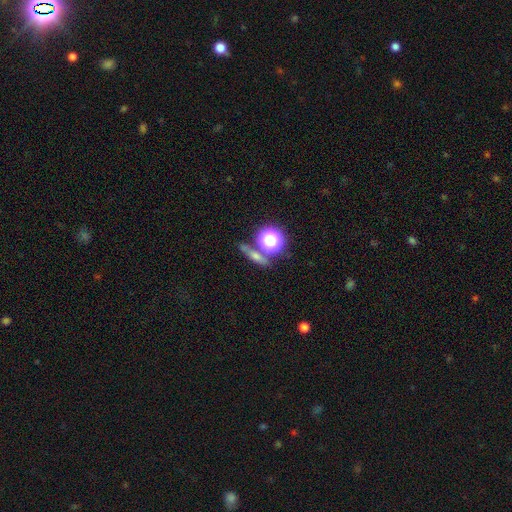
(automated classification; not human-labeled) Smooth or featured? Predicted: smooth (p=0.48). Merging? Predicted: none (p=0.73).